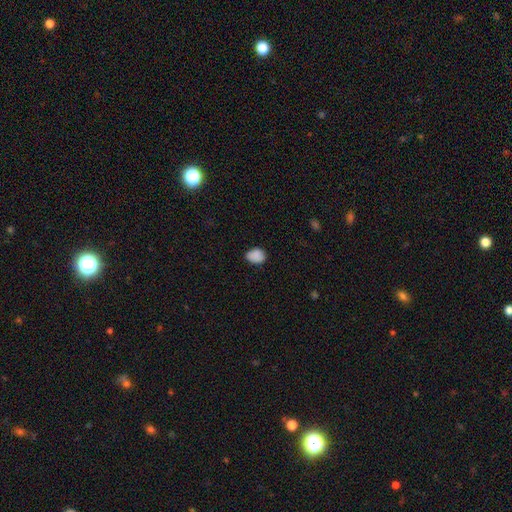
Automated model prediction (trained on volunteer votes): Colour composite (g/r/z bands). It shows a smooth galaxy with no disk features (86%) that is in between round and cigar-shaped (62%). Merging: none (75%).